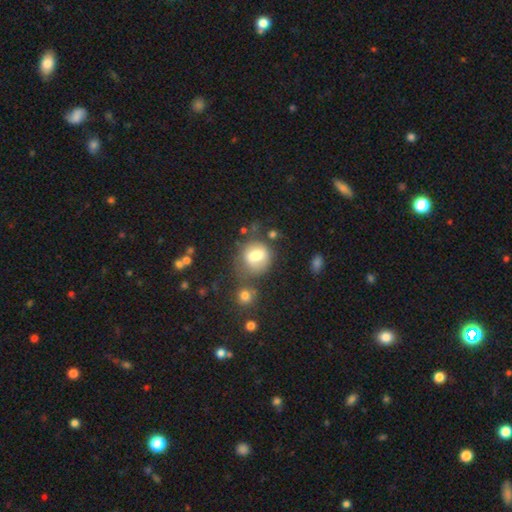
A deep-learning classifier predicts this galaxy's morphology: The model was most divided on "how rounded": round: 55%, in between: 43%, cigar-shaped: 2%. Remaining: smooth or featured — smooth (69%); merging — none (47%).